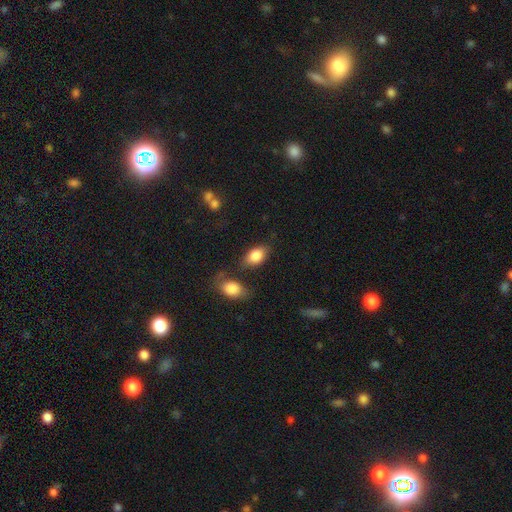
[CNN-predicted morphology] smooth 84%, featured or disk 9%, star or artifact 7%. Down the decision tree: how rounded — in between (87%); merging — none (66%).